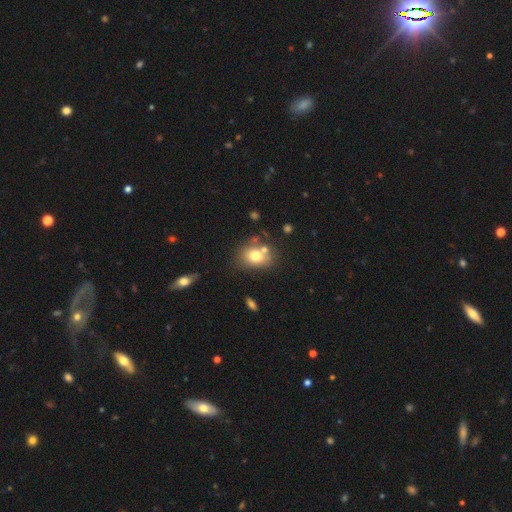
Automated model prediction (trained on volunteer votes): Q: Smooth or featured?
A: smooth (73%); runner-up: featured or disk (16%)
Q: How rounded?
A: in between (54%); runner-up: round (45%)
Q: Merging?
A: none (60%); runner-up: merger (19%)